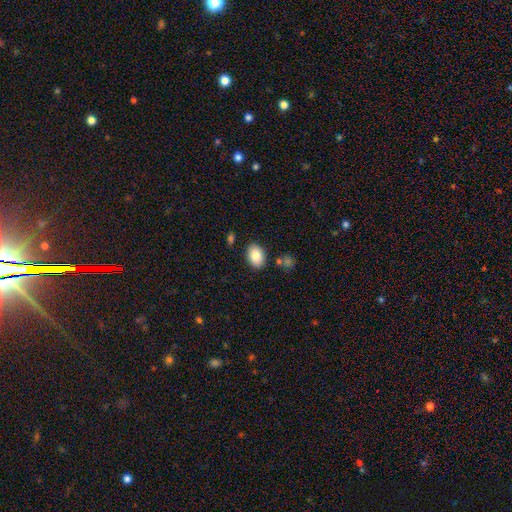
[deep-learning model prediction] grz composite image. It shows a smooth galaxy with no disk features (84%) that is in between round and cigar-shaped (83%). Merging: none (84%).